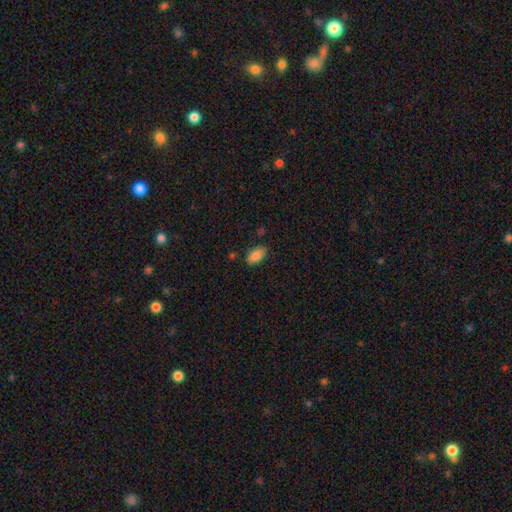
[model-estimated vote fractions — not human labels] Q: Smooth or featured?
A: smooth (86%); runner-up: star or artifact (8%)
Q: How rounded?
A: in between (93%); runner-up: round (4%)
Q: Merging?
A: none (79%); runner-up: minor disturbance (16%)